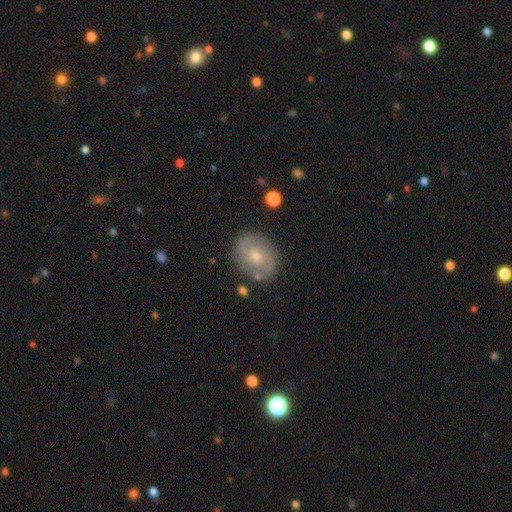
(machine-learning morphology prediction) smooth-or-featured: smooth: 46% (tied) | featured or disk: 46% (tied) | star or artifact: 8%
  merging: none: 82% | minor disturbance: 12% | major disturbance: 3% | merger: 3%